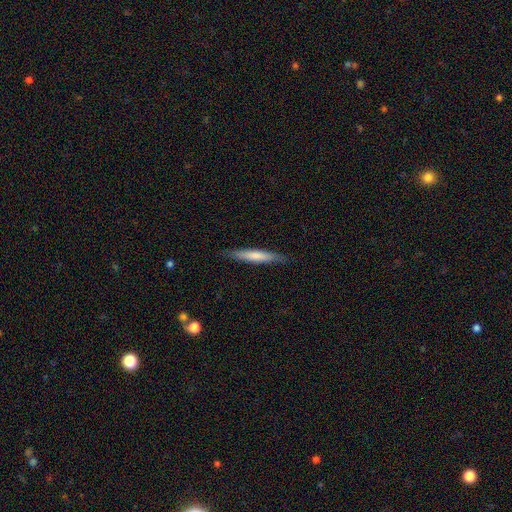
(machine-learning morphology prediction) The model was most divided on "smooth or featured": smooth: 66%, featured or disk: 29%, star or artifact: 5%. More confident: how rounded — cigar-shaped (92%); merging — none (87%).